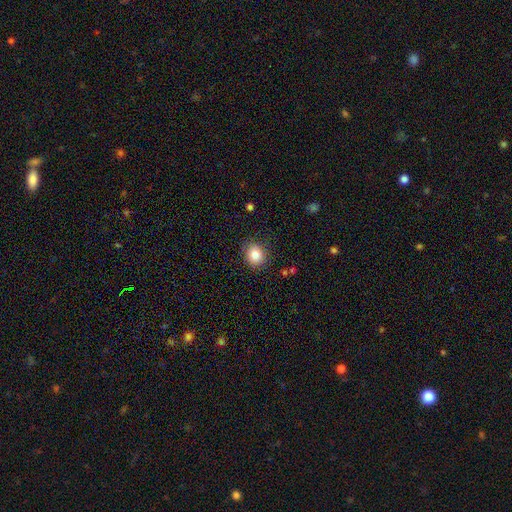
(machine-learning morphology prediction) The model was most divided on "how rounded": round: 68%, in between: 31%, cigar-shaped: 1%. More confident: merging — none (84%); smooth or featured — smooth (84%).